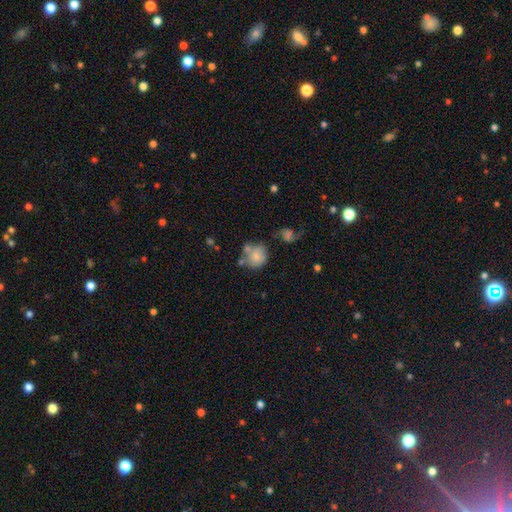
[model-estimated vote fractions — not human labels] smooth-or-featured: smooth: 72% | featured or disk: 19% | star or artifact: 9%
  how-rounded: round: 77% | in between: 22% | cigar-shaped: 1%
  merging: none: 44% | merger: 25% | minor disturbance: 20% | major disturbance: 11%